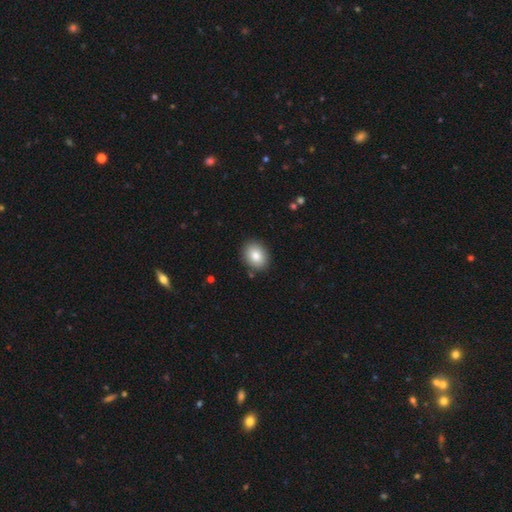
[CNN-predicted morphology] This is clearly a smooth galaxy (84%). How rounded: possibly in between (55%). Merging: clearly none (88%).